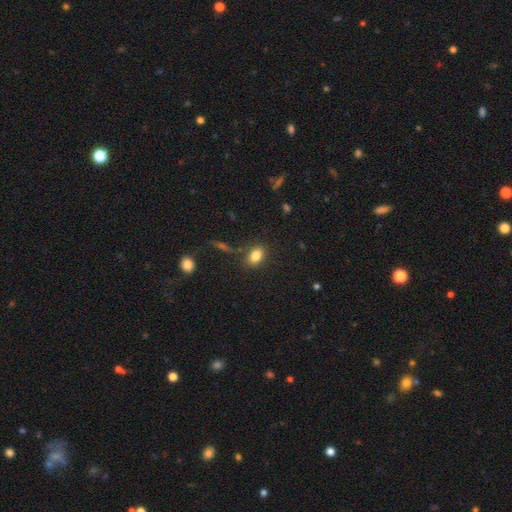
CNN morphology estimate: A smooth galaxy with no disk features (83%) that is in between round and cigar-shaped (73%). Merging: none (81%).